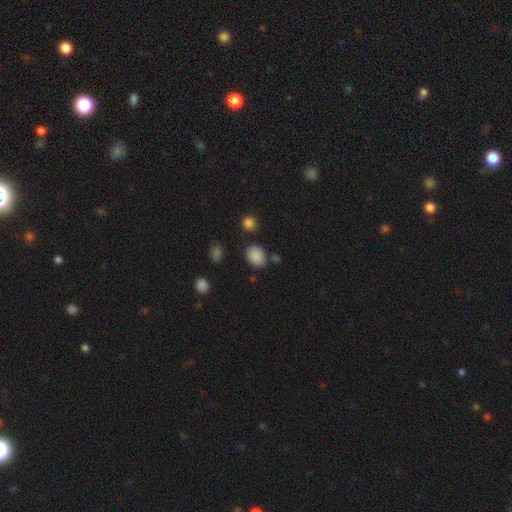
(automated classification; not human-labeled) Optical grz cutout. It shows a smooth galaxy with no disk features (86%) that is round (50%). Merging: none (78%).